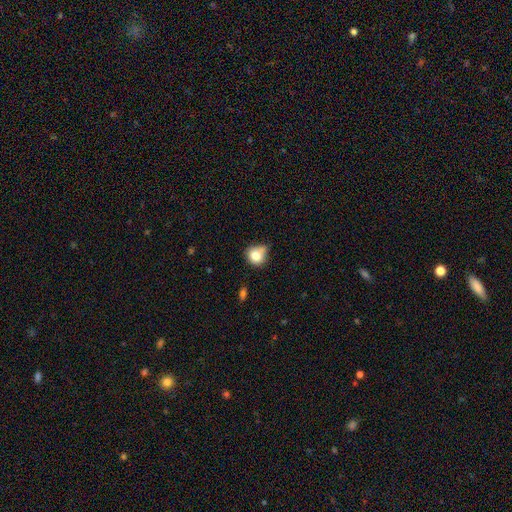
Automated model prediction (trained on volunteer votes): smooth 79%, featured or disk 11%, star or artifact 10%. Down the decision tree: how rounded — round (79%); merging — none (47%).